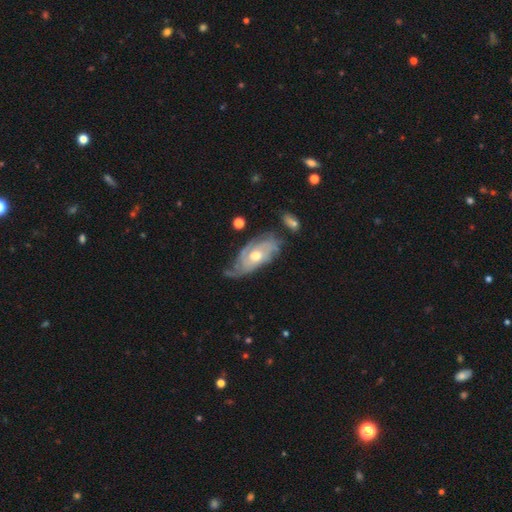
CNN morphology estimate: featured or disk 81%, smooth 14%, star or artifact 6%. Down the decision tree: edge-on disk — no (92%); bar — no (74%); spiral arms — yes (90%); spiral arm count — can't tell (41%); spiral winding — tight (59%); bulge size — moderate (74%); merging — none (51%).